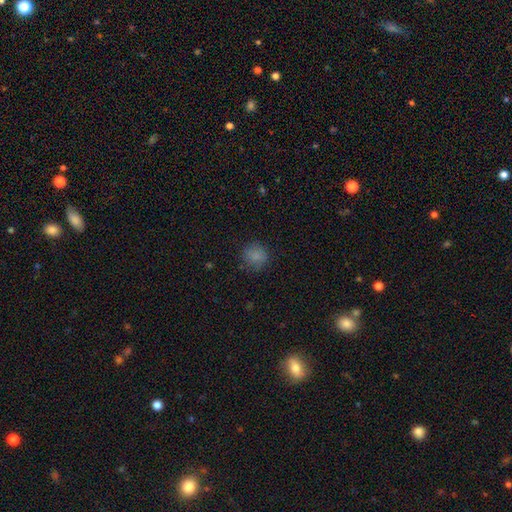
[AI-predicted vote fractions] Smooth or featured: smooth — 82% (star or artifact — 11%)
How rounded: round — 88% (in between — 11%)
Merging: none — 80% (minor disturbance — 14%)